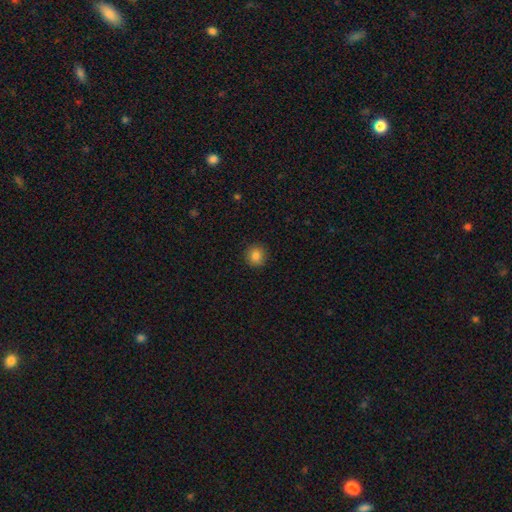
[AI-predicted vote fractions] A smooth galaxy with no disk features (84%) that is round (91%). Merging: none (91%).